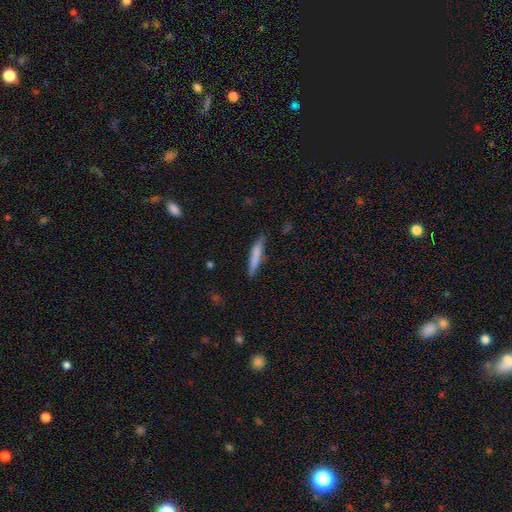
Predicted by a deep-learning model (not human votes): This is likely a smooth galaxy (76%). How rounded: clearly cigar-shaped (92%). Merging: clearly none (82%).